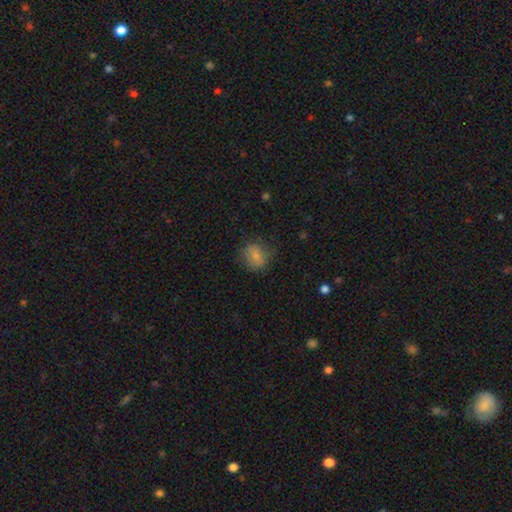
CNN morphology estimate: smooth-or-featured: smooth: 76% | featured or disk: 15% | star or artifact: 10%
  how-rounded: round: 75% | in between: 24% | cigar-shaped: 1%
  merging: none: 74% | minor disturbance: 18% | major disturbance: 7% | merger: 1%